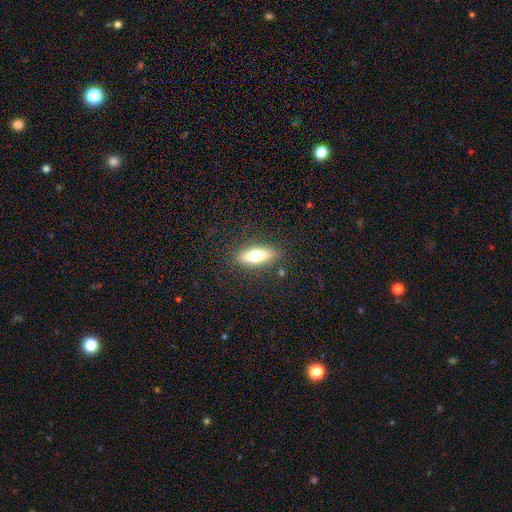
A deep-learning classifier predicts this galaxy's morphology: smooth-or-featured: smooth: 63% | featured or disk: 30% | star or artifact: 7%
  how-rounded: in between: 52% | cigar-shaped: 45% | round: 3%
  merging: none: 84% | minor disturbance: 11% | major disturbance: 3% | merger: 2%